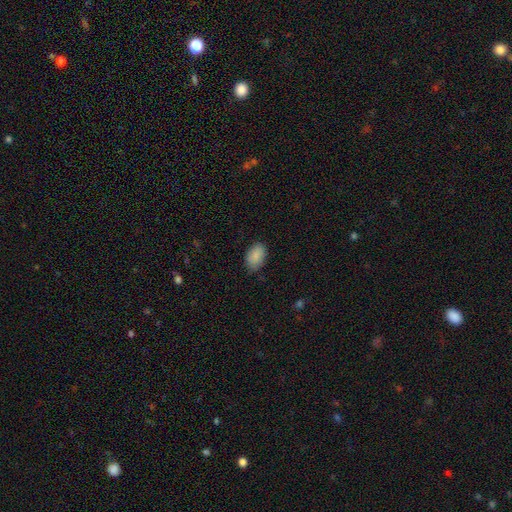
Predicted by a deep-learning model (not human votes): This is clearly a smooth galaxy (86%). How rounded: clearly in between (90%). Merging: likely none (78%).